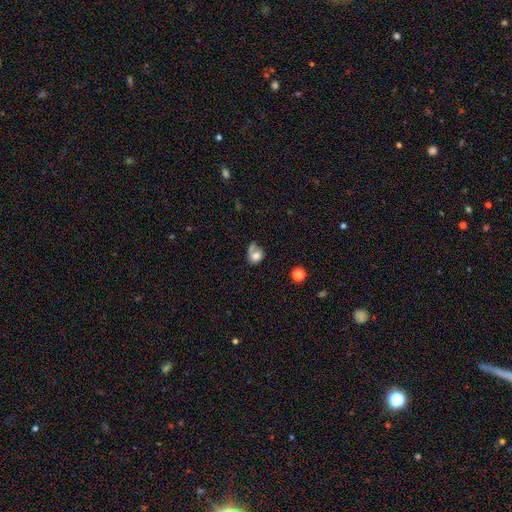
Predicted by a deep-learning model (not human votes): Smooth or featured: smooth — 70% (featured or disk — 19%)
How rounded: round — 57% (in between — 42%)
Merging: none — 33% (merger — 29%)